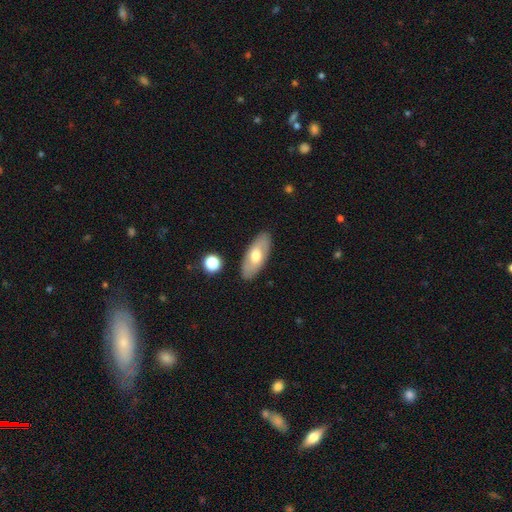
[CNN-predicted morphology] This appears to be a smooth galaxy with no disk features (55%) that is in between round and cigar-shaped (86%). Merging: none (86%).